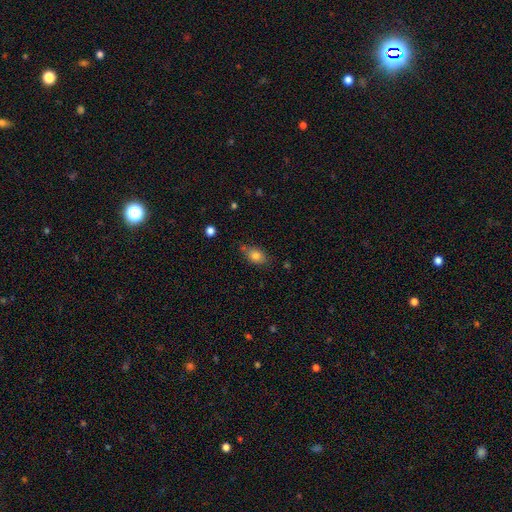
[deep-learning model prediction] A smooth galaxy with no disk features (81%) that is in between round and cigar-shaped (74%).

Vote fractions:
- Smooth or featured? smooth: 81% / star or artifact: 10% / featured or disk: 10%
- How rounded? in between: 74% / round: 23% / cigar-shaped: 2%
- Merging? none: 66% / minor disturbance: 23% / merger: 6% / major disturbance: 5%